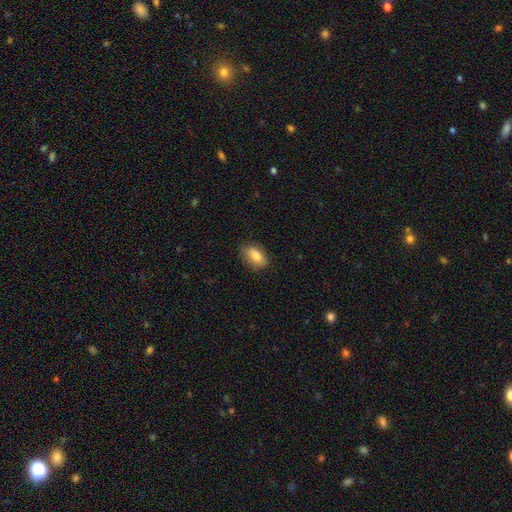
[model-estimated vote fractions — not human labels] Smooth or featured? Predicted: smooth (p=0.83). How rounded? Predicted: in between (p=0.88). Merging? Predicted: none (p=0.80).